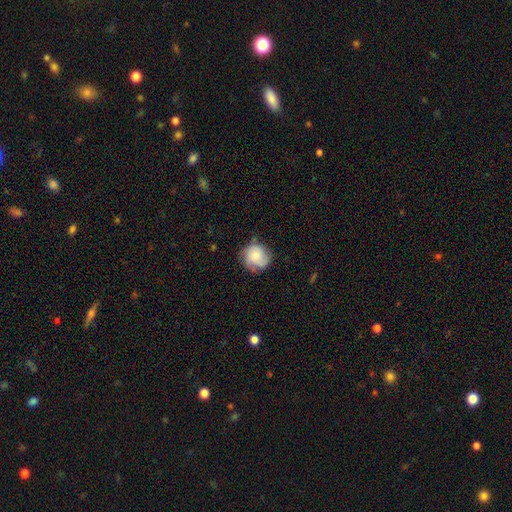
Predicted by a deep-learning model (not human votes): Q: Smooth or featured?
A: smooth (59%); runner-up: featured or disk (32%)
Q: How rounded?
A: round (87%); runner-up: in between (13%)
Q: Merging?
A: none (70%); runner-up: minor disturbance (22%)